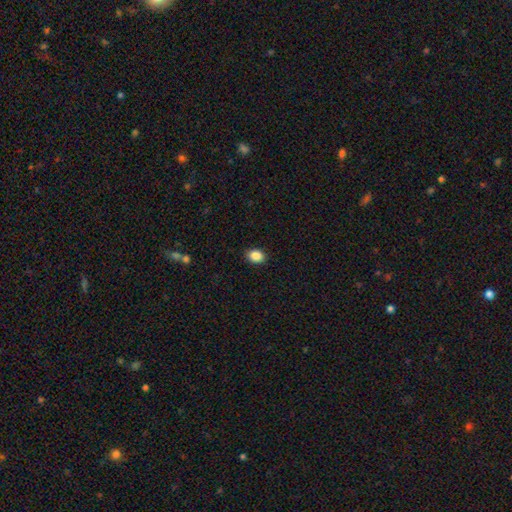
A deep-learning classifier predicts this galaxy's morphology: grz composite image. It shows a smooth galaxy with no disk features (88%) that is in between round and cigar-shaped (66%). Merging: none (90%).